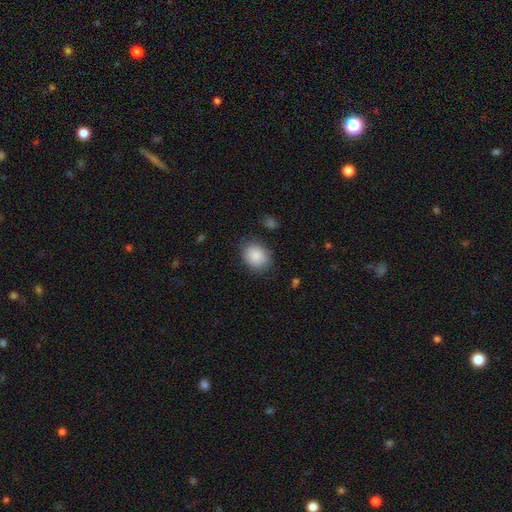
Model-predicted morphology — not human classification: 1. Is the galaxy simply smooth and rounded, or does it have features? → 88% smooth, 7% star or artifact, 5% featured or disk.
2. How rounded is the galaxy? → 53% round, 46% in between, 1% cigar-shaped.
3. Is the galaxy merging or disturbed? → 80% none, 14% minor disturbance, 4% major disturbance, 2% merger.